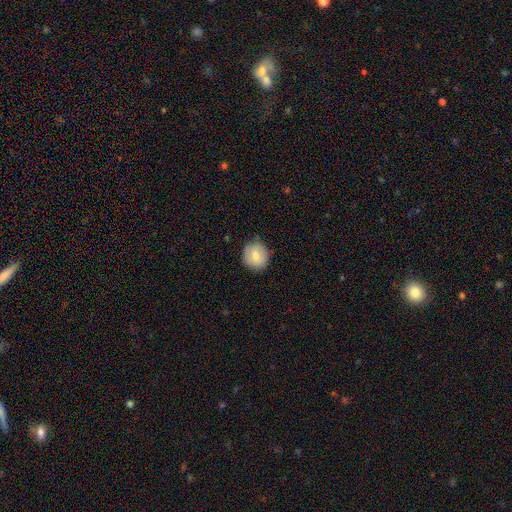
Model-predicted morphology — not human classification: This appears to be a smooth galaxy with no disk features (73%) that is round (84%). Merging: none (81%).